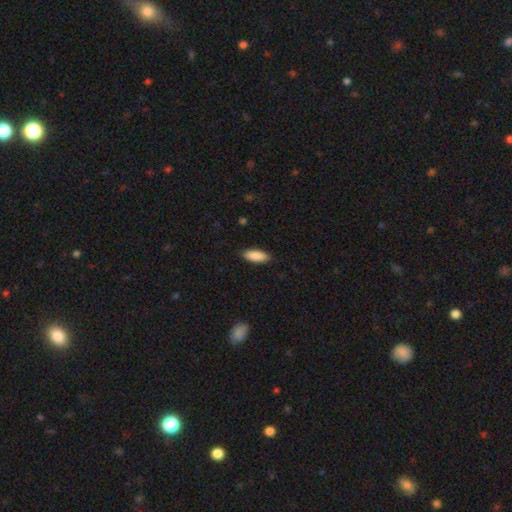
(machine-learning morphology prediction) Overall: smooth (89%). How rounded: in between (74%). Merging: none (87%).